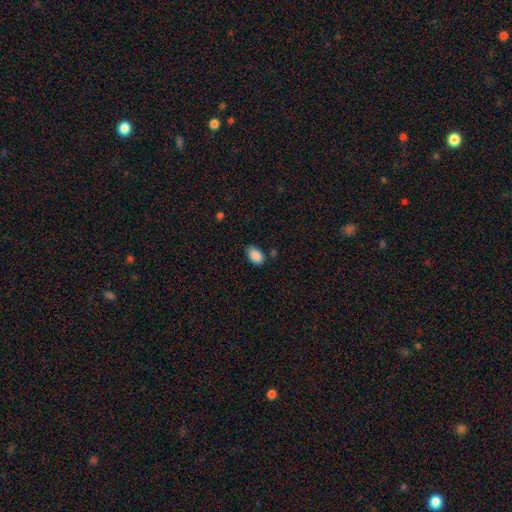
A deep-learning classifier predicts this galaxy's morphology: smooth_or_featured: smooth (p=0.89) [alt: star or artifact p=0.08]
how_rounded: in between (p=0.90) [alt: round p=0.08]
merging: none (p=0.69) [alt: minor disturbance p=0.23]